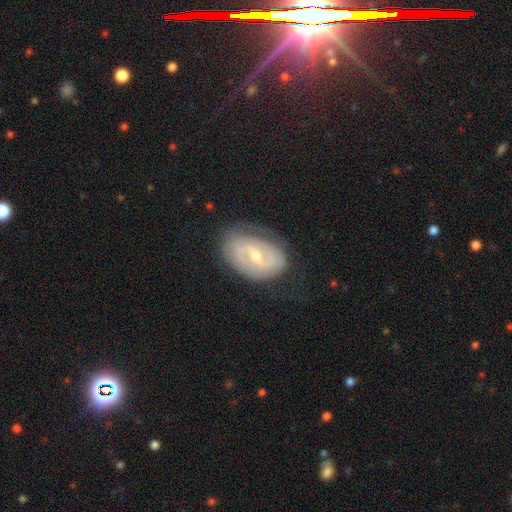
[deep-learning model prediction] Morphology: type=featured or disk (79%); edge-on=no (96%); bar=weak (55%); spiral arms=yes (88%); winding=tight (46%); arm count=2 (72%); bulge=small (52%); merging=none (74%).